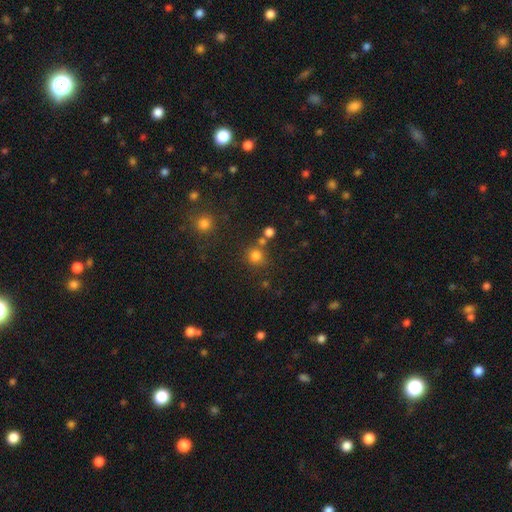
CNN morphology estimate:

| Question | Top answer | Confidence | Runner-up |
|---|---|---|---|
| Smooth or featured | smooth | 78% | star or artifact (16%) |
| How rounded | round | 90% | in between (9%) |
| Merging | none | 72% | merger (14%) |